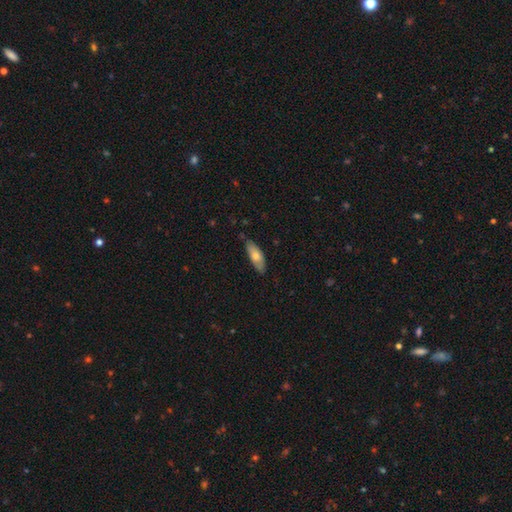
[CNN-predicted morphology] Q: Smooth or featured?
A: smooth (70%); runner-up: featured or disk (24%)
Q: How rounded?
A: in between (71%); runner-up: cigar-shaped (27%)
Q: Merging?
A: none (78%); runner-up: minor disturbance (18%)